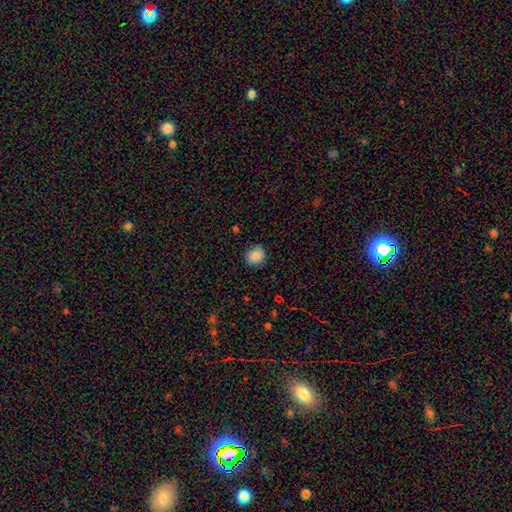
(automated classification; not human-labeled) This is clearly a smooth galaxy (87%). How rounded: likely round (76%). Merging: clearly none (82%).